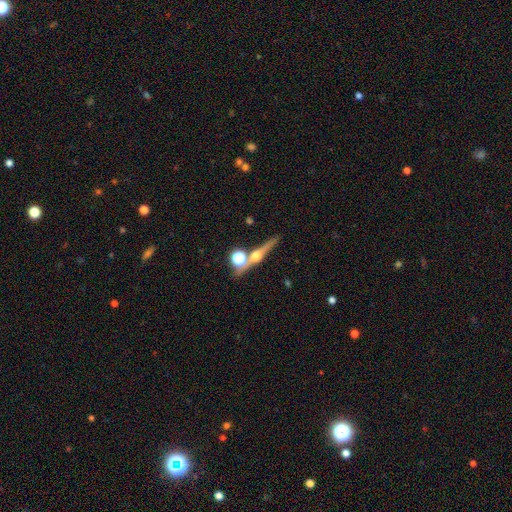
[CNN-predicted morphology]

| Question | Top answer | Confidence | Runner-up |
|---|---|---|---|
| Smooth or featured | featured or disk | 61% | smooth (26%) |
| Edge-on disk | yes | 91% | no (9%) |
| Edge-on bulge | rounded | 91% | none (5%) |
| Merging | none | 66% | merger (18%) |